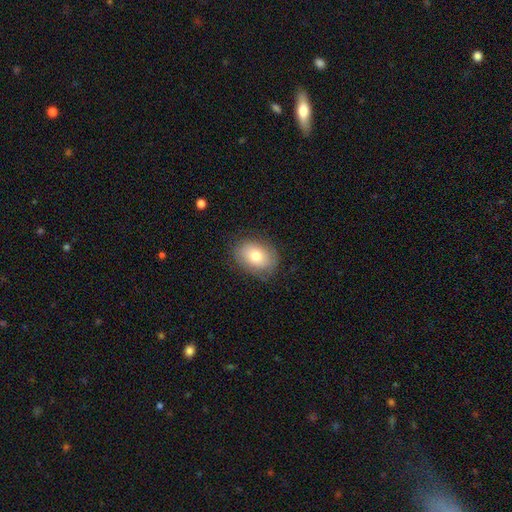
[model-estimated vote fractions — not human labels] A smooth galaxy with no disk features (75%) that is in between round and cigar-shaped (73%). Merging: none (78%).